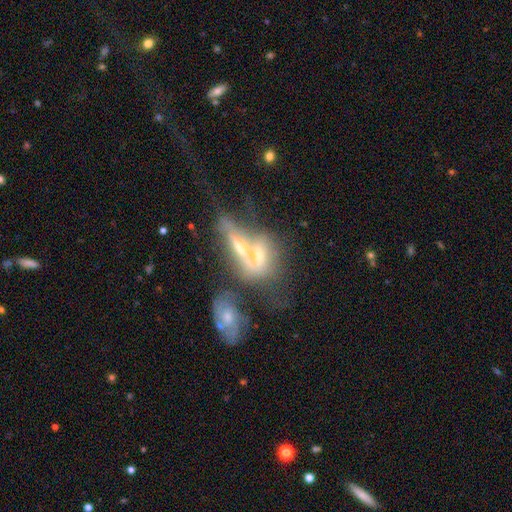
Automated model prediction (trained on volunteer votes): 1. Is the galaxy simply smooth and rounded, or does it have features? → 56% featured or disk, 31% smooth, 12% star or artifact.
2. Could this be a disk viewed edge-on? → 63% no, 37% yes.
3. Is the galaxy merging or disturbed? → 63% merger, 19% none, 9% minor disturbance, 9% major disturbance.